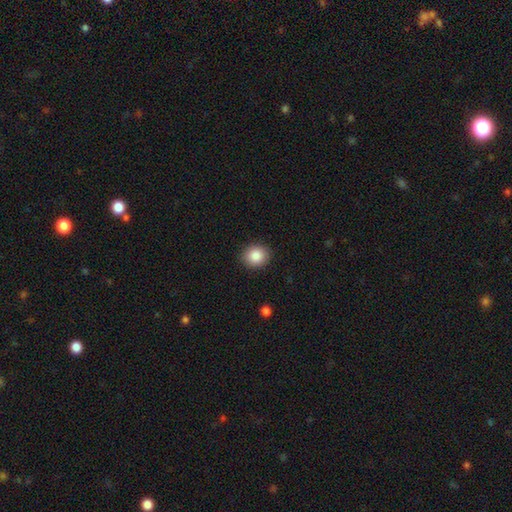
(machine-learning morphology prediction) smooth 87%, star or artifact 8%, featured or disk 5%. Down the decision tree: how rounded — round (68%); merging — none (90%).